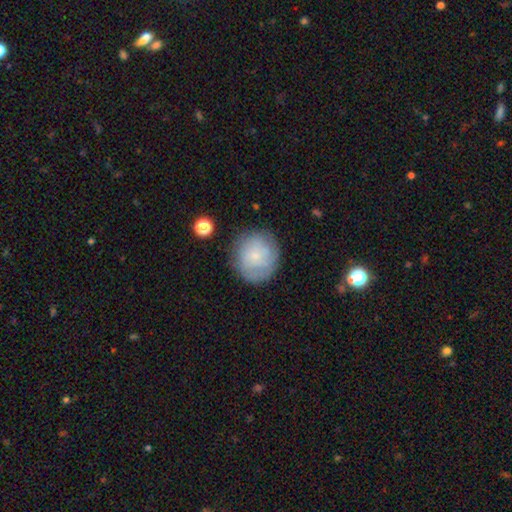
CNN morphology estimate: A smooth galaxy with no disk features (57%) that is round (86%). Merging: none (76%).